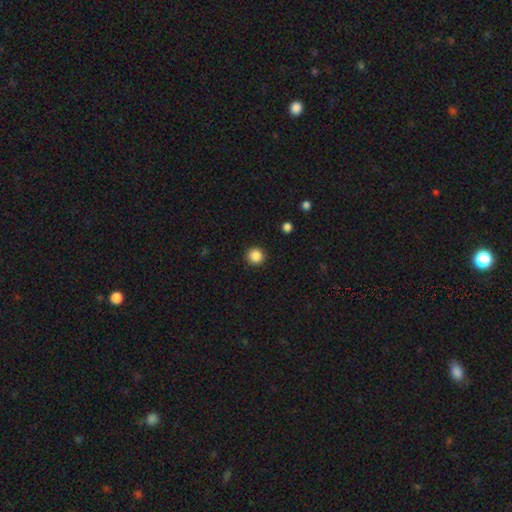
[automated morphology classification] smooth-or-featured: smooth: 87% | star or artifact: 10% | featured or disk: 3%
  how-rounded: round: 94% | in between: 5% | cigar-shaped: 1%
  merging: none: 92% | minor disturbance: 5% | major disturbance: 2% | merger: 1%